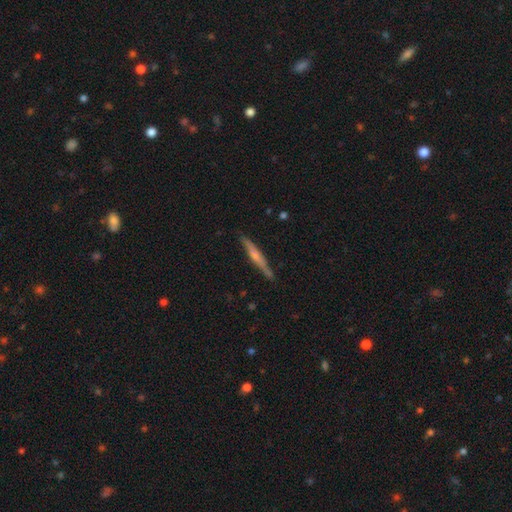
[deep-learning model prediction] Overall: featured or disk (52%; smooth 42%). Edge-on disk: yes (97%). Edge-on bulge: rounded (49%; none 35%). Merging: none (86%).